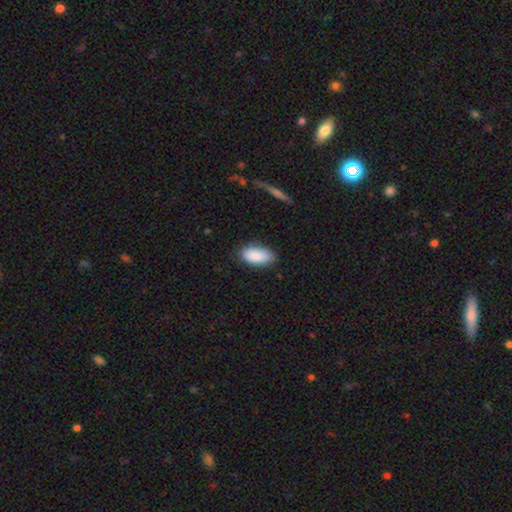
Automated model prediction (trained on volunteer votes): The model was most divided on "merging": none: 80%, minor disturbance: 16%, major disturbance: 3%, merger: 1%. More confident: how rounded — in between (93%); smooth or featured — smooth (87%).